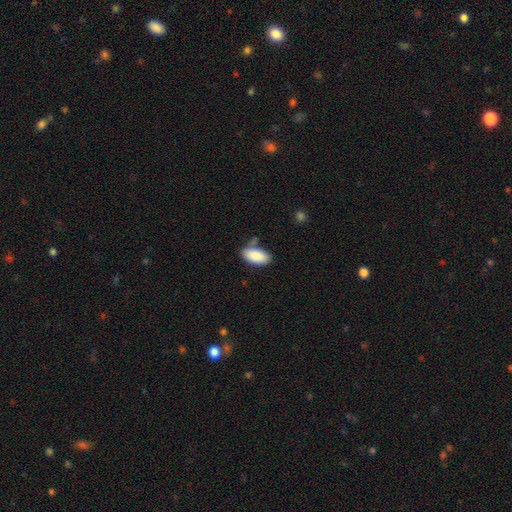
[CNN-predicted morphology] Smooth or featured? Predicted: smooth (p=0.88). How rounded? Predicted: in between (p=0.93). Merging? Predicted: none (p=0.68).